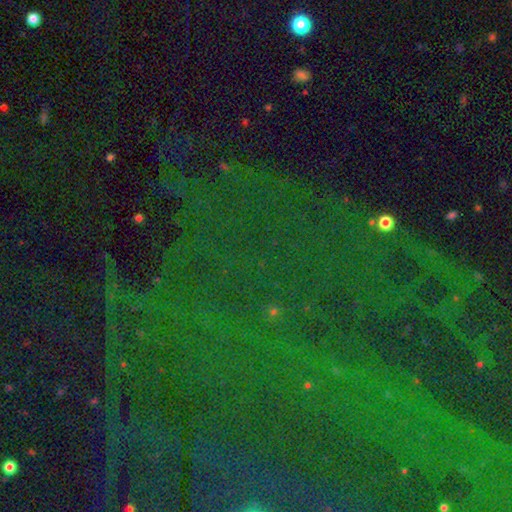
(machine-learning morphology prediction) type=star or artifact (82%).